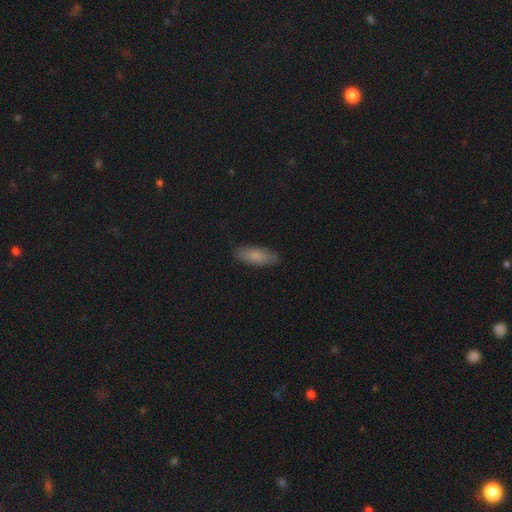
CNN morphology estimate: This appears to be a smooth galaxy with no disk features (81%) that is in between round and cigar-shaped (71%). Merging: none (84%).